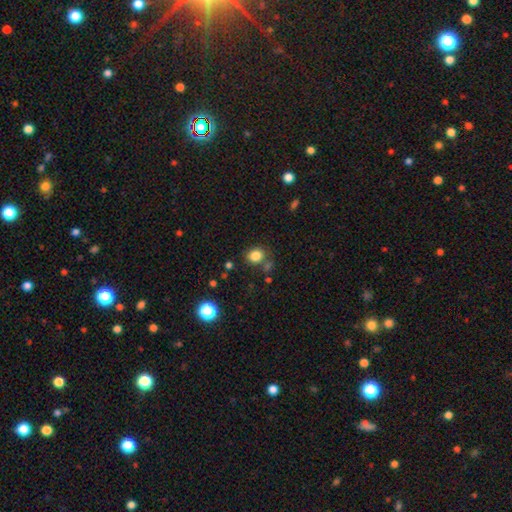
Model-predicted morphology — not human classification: smooth 83%, star or artifact 11%, featured or disk 6%. Down the decision tree: how rounded — round (61%); merging — none (71%).